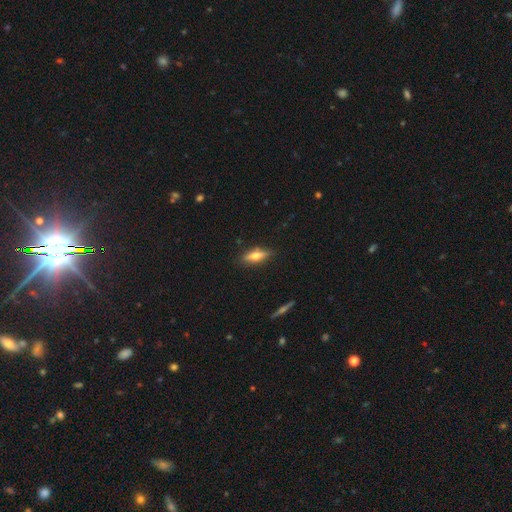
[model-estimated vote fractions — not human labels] smooth-or-featured: smooth: 50% | featured or disk: 43% | star or artifact: 8%
  merging: none: 84% | minor disturbance: 12% | major disturbance: 2% | merger: 2%